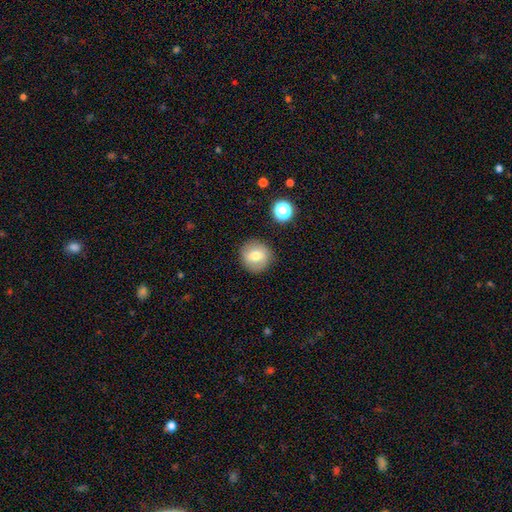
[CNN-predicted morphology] A smooth galaxy with no disk features (70%) that is round (91%). Merging: none (87%).